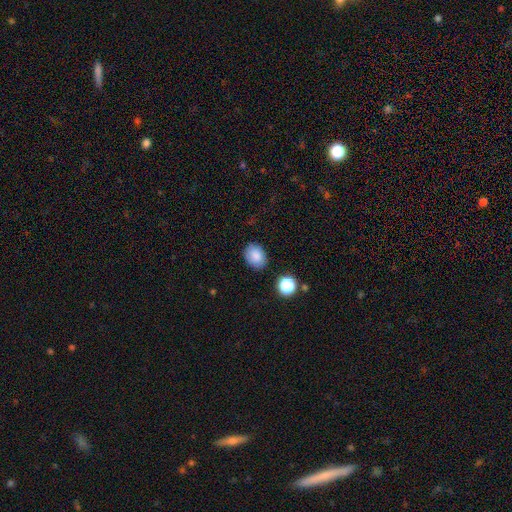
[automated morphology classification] This appears to be a smooth galaxy with no disk features (85%) that is in between round and cigar-shaped (63%). Merging: none (82%).